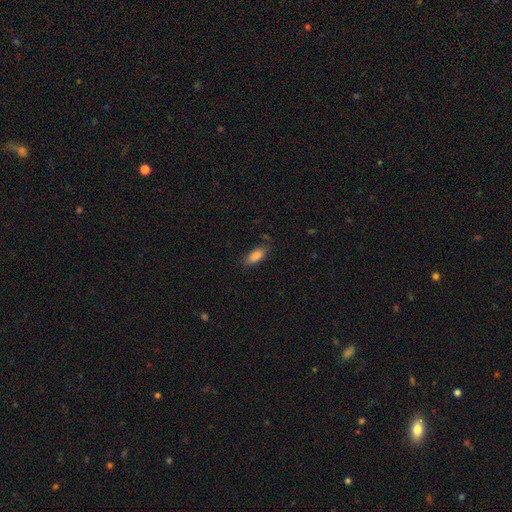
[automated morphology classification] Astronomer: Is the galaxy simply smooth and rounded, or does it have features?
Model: smooth — 83%.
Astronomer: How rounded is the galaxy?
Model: in between — 75%.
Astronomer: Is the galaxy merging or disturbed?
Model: none — 80%.